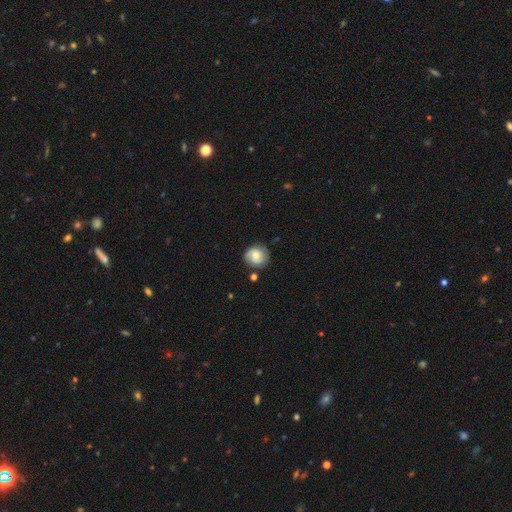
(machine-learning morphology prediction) A featured or disk galaxy (48%).

Vote fractions:
- Smooth or featured? featured or disk: 48% / smooth: 44% / star or artifact: 8%
- Merging? none: 74% / minor disturbance: 18% / major disturbance: 4% / merger: 3%